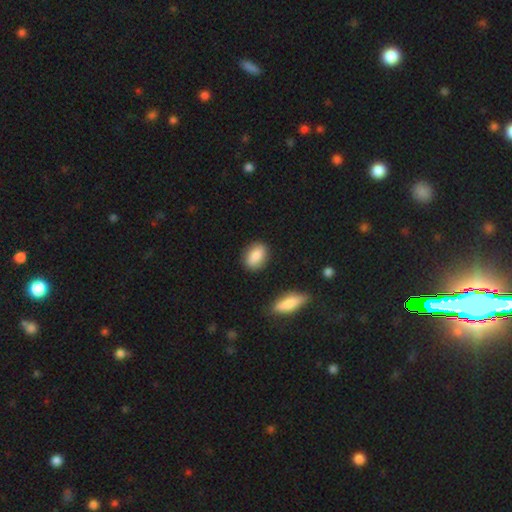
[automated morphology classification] Smooth or featured: smooth — 83% (featured or disk — 10%)
How rounded: in between — 78% (round — 19%)
Merging: none — 83% (minor disturbance — 12%)